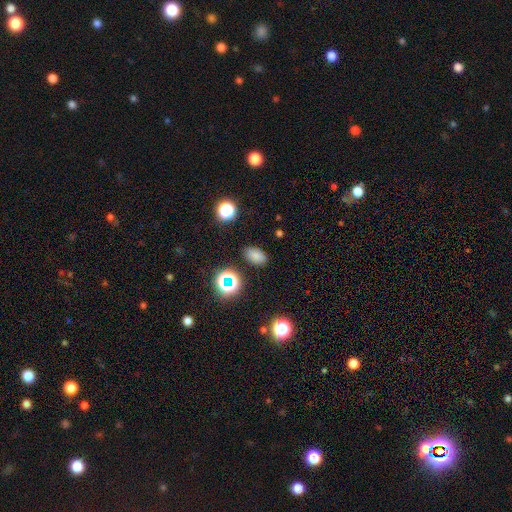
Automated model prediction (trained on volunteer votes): A smooth galaxy with no disk features (77%) that is in between round and cigar-shaped (86%).

Vote fractions:
- Smooth or featured? smooth: 77% / star or artifact: 17% / featured or disk: 6%
- How rounded? in between: 86% / round: 12% / cigar-shaped: 2%
- Merging? none: 85% / minor disturbance: 10% / major disturbance: 3% / merger: 2%